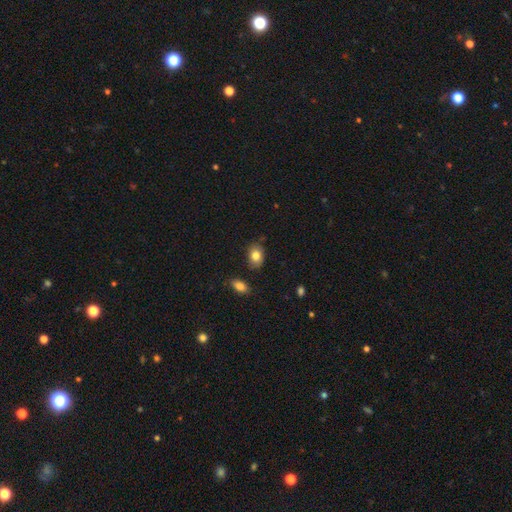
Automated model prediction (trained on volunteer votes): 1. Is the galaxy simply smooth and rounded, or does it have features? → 82% smooth, 10% featured or disk, 8% star or artifact.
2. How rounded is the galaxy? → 73% in between, 25% round, 1% cigar-shaped.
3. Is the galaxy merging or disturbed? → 79% none, 16% minor disturbance, 3% merger, 3% major disturbance.